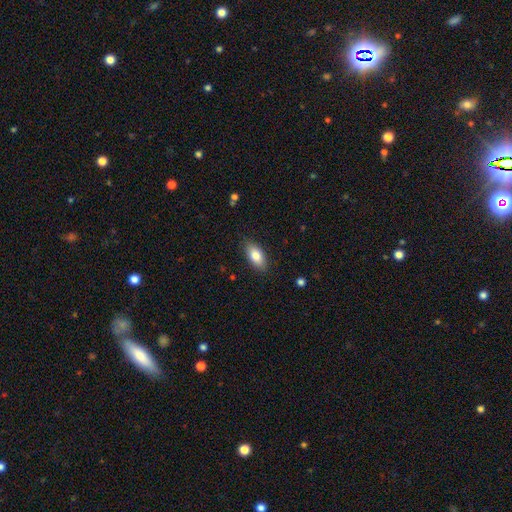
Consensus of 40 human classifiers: Smooth or featured? smooth (92%)
How rounded? in between (89%)
Merging? none (88%)